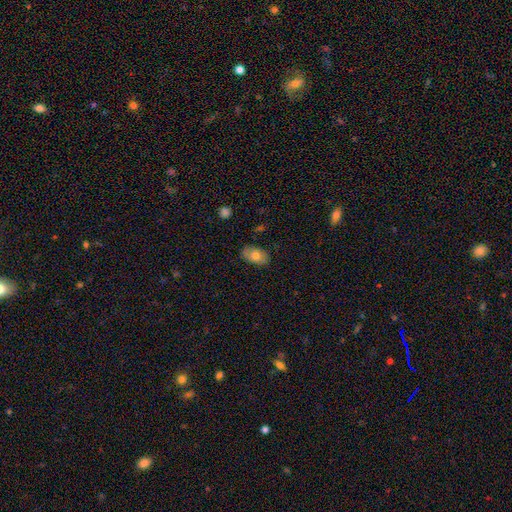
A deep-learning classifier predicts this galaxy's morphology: smooth-or-featured: smooth: 73% | featured or disk: 19% | star or artifact: 8%
  how-rounded: in between: 91% | round: 8% | cigar-shaped: 2%
  merging: none: 81% | minor disturbance: 15% | major disturbance: 3% | merger: 1%